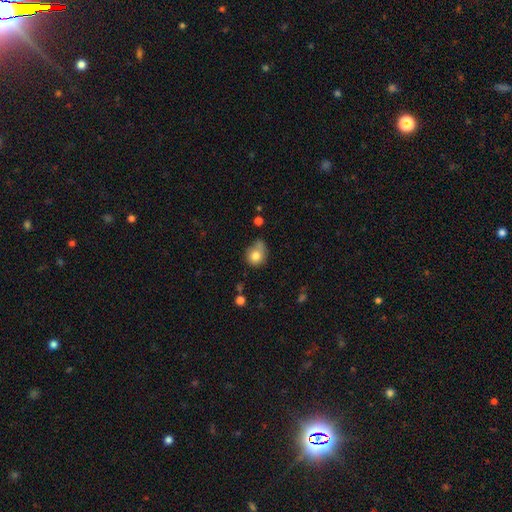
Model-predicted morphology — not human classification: smooth_or_featured: smooth (p=0.79) [alt: featured or disk p=0.11]
how_rounded: round (p=0.72) [alt: in between p=0.27]
merging: none (p=0.43) [alt: minor disturbance p=0.30]